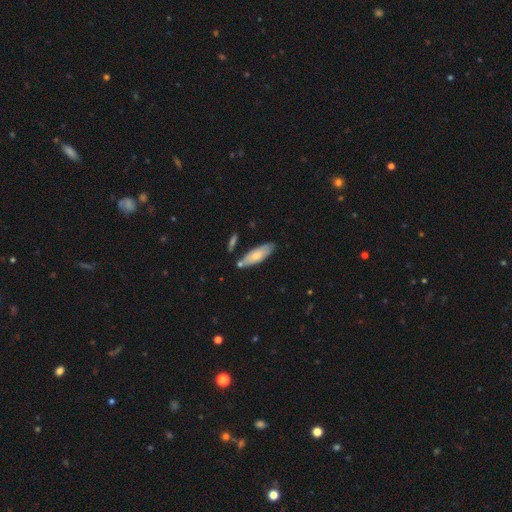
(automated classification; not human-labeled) Morphology: type=smooth (68%); roundness=in between (60%); merging=none (72%).